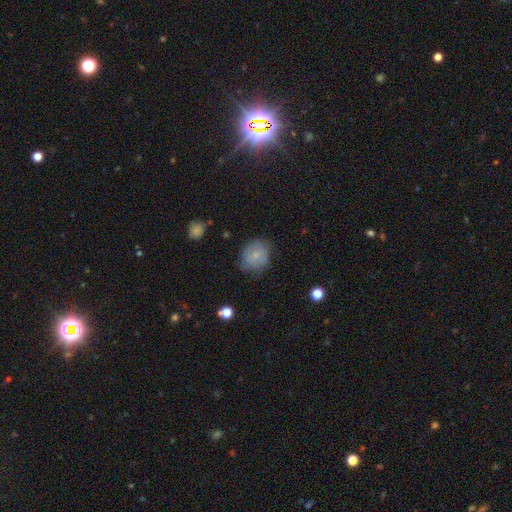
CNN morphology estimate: Overall: smooth (72%). How rounded: round (73%). Merging: none (63%; minor disturbance 27%).